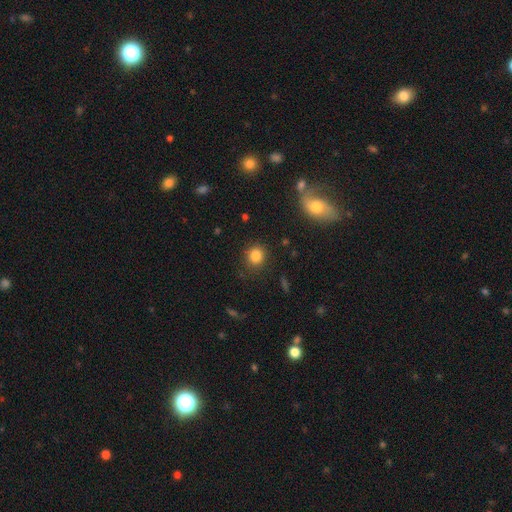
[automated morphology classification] smooth-or-featured: smooth: 84% | star or artifact: 11% | featured or disk: 5%
  how-rounded: round: 85% | in between: 14% | cigar-shaped: 1%
  merging: none: 86% | minor disturbance: 9% | major disturbance: 3% | merger: 2%